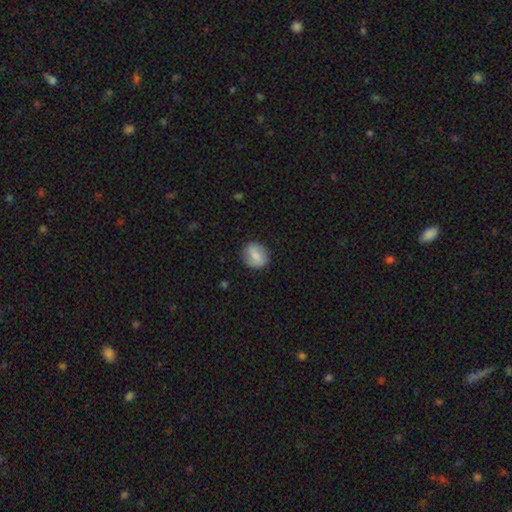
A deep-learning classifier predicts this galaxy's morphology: Q: Smooth or featured?
A: smooth (69%); runner-up: featured or disk (23%)
Q: How rounded?
A: round (66%); runner-up: in between (32%)
Q: Merging?
A: none (82%); runner-up: minor disturbance (13%)